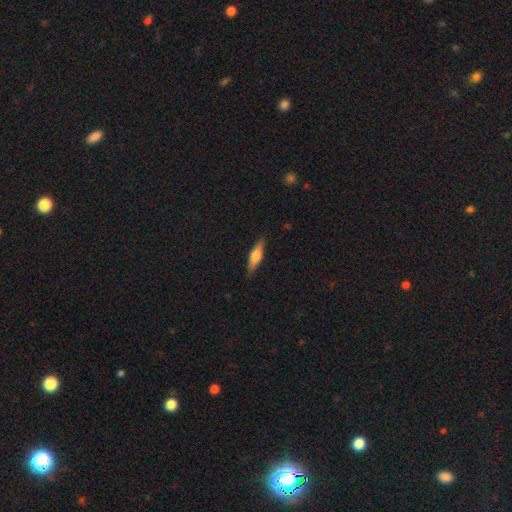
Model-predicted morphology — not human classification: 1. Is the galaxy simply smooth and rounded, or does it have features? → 52% smooth, 42% featured or disk, 6% star or artifact.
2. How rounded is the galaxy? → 61% cigar-shaped, 36% in between, 3% round.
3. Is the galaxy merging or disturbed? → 86% none, 10% minor disturbance, 2% major disturbance, 1% merger.